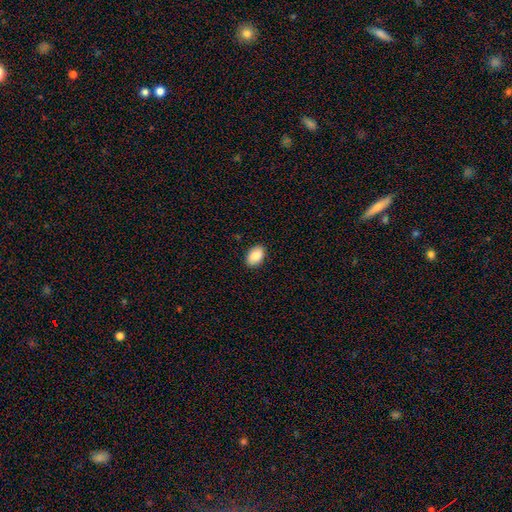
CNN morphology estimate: Smooth or featured?
  - smooth: 89% *
  - star or artifact: 6%
  - featured or disk: 5%
How rounded?
  - in between: 91% *
  - round: 8%
  - cigar-shaped: 1%
Merging?
  - none: 88% *
  - minor disturbance: 9%
  - major disturbance: 2%
  - merger: 1%